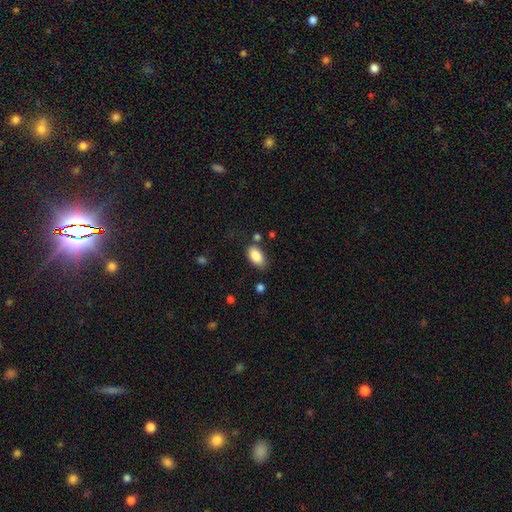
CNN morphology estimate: Smooth or featured? Predicted: smooth (p=0.87). How rounded? Predicted: in between (p=0.93). Merging? Predicted: none (p=0.73).